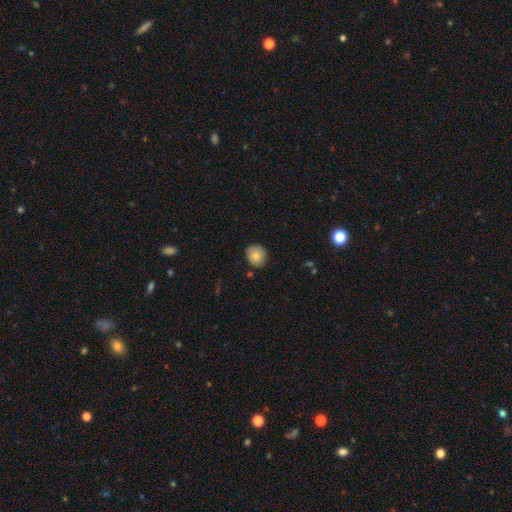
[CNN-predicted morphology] type=smooth (84%); roundness=round (82%); merging=none (84%).